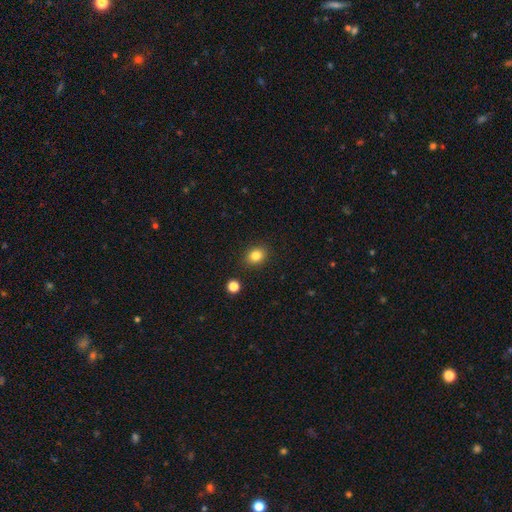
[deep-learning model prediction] The model was most divided on "how rounded": round: 52%, in between: 47%, cigar-shaped: 1%. More confident: merging — none (88%); smooth or featured — smooth (83%).